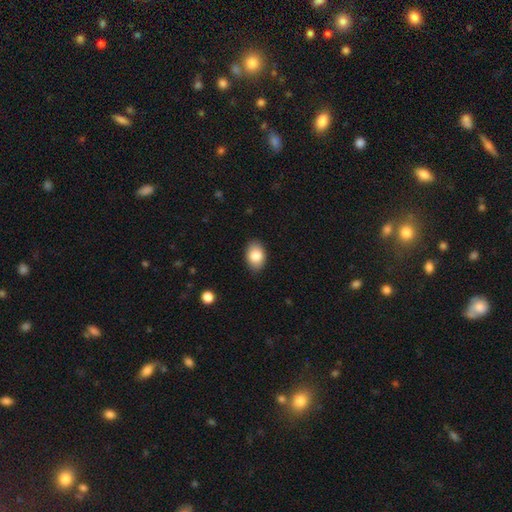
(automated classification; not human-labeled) Morphology: type=smooth (83%); roundness=in between (84%); merging=none (87%).